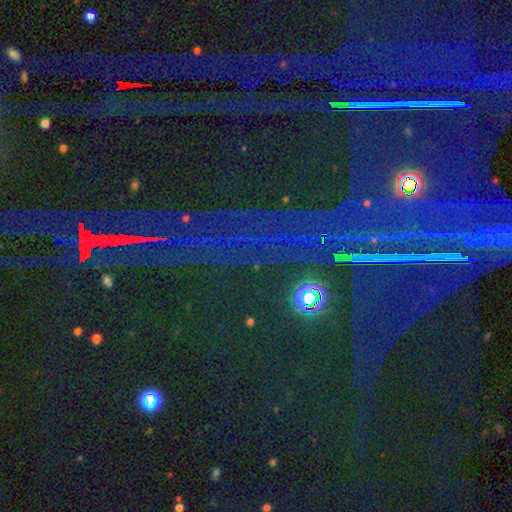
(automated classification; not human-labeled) Q: Smooth or featured?
A: star or artifact (88%); runner-up: smooth (6%)